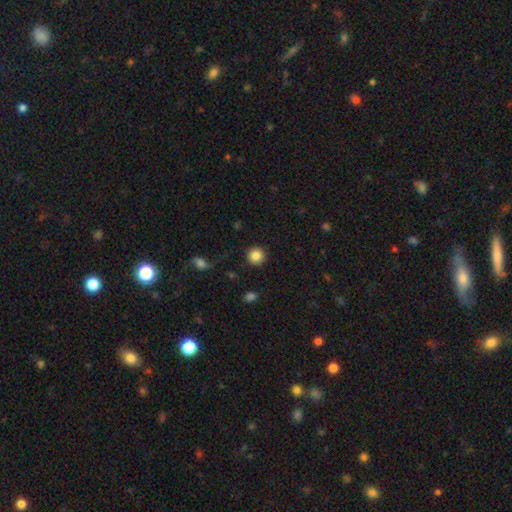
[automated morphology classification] Smooth or featured: smooth — 86% (star or artifact — 9%)
How rounded: round — 94% (in between — 5%)
Merging: none — 91% (minor disturbance — 6%)